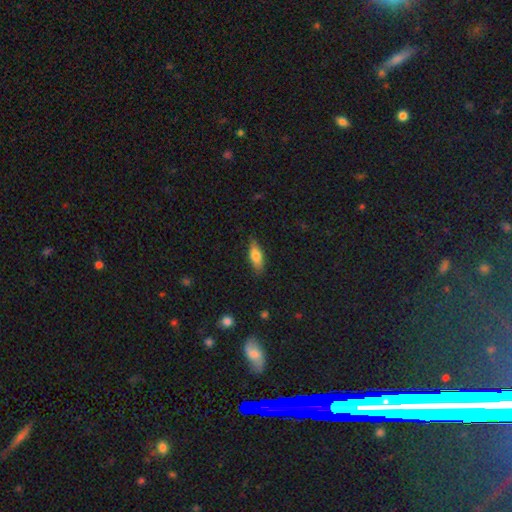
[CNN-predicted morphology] Smooth or featured? Predicted: smooth (p=0.73). How rounded? Predicted: in between (p=0.64). Merging? Predicted: none (p=0.81).